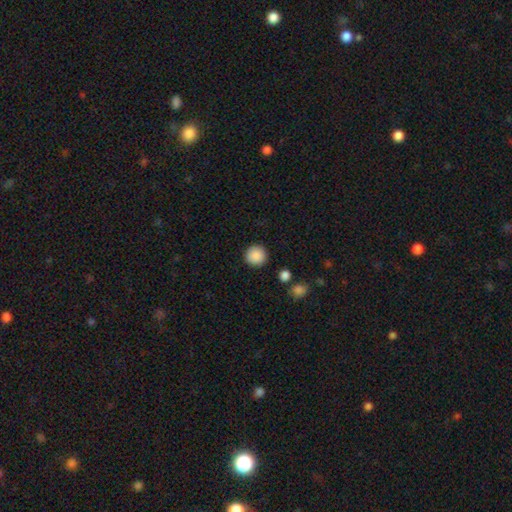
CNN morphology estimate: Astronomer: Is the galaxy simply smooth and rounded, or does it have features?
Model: smooth — 89%.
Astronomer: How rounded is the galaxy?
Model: round — 95%.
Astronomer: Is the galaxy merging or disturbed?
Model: none — 91%.